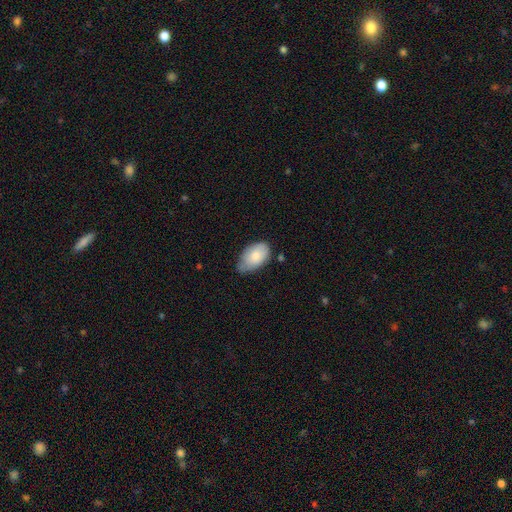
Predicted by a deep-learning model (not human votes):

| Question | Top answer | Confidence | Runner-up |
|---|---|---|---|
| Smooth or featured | smooth | 79% | featured or disk (15%) |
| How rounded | in between | 94% | round (5%) |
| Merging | none | 54% | minor disturbance (38%) |